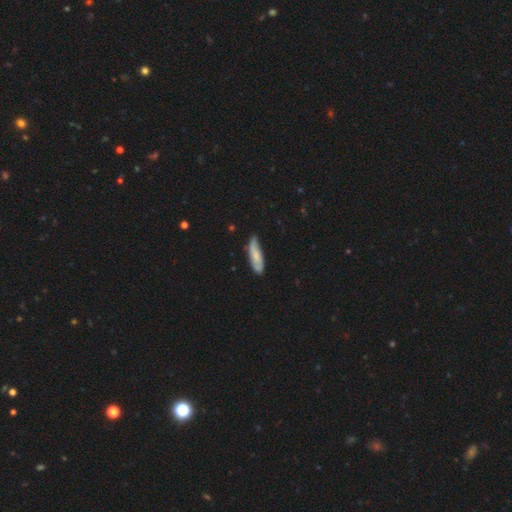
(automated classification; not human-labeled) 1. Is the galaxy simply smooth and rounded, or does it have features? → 63% smooth, 31% featured or disk, 6% star or artifact.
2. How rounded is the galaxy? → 56% cigar-shaped, 43% in between, 2% round.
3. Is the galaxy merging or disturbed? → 65% none, 27% minor disturbance, 5% major disturbance, 2% merger.